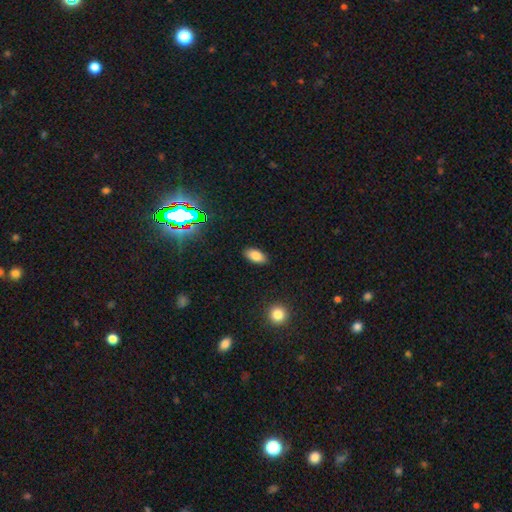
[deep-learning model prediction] Smooth or featured?
  - smooth: 81% *
  - star or artifact: 11%
  - featured or disk: 8%
How rounded?
  - in between: 92% *
  - cigar-shaped: 4%
  - round: 4%
Merging?
  - none: 89% *
  - minor disturbance: 8%
  - major disturbance: 2%
  - merger: 1%